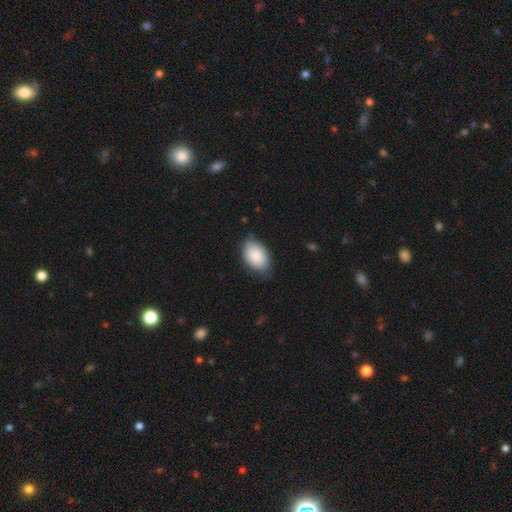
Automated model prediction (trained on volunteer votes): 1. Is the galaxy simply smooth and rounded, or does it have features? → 87% smooth, 6% featured or disk, 6% star or artifact.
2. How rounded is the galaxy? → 91% in between, 8% round, 1% cigar-shaped.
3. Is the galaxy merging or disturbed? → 72% none, 23% minor disturbance, 4% major disturbance, 1% merger.